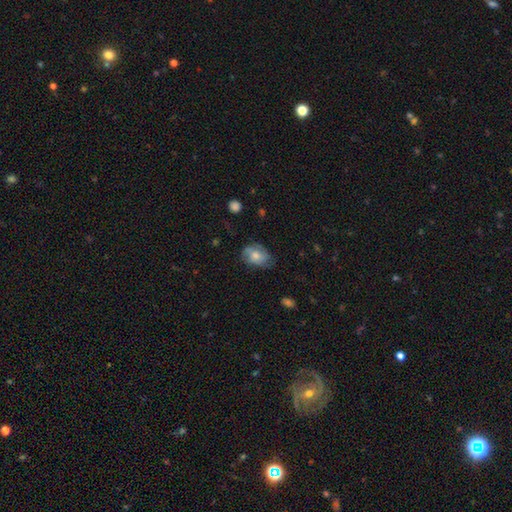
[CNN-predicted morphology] Smooth or featured? smooth (59%)
How rounded? in between (76%)
Merging? none (57%)